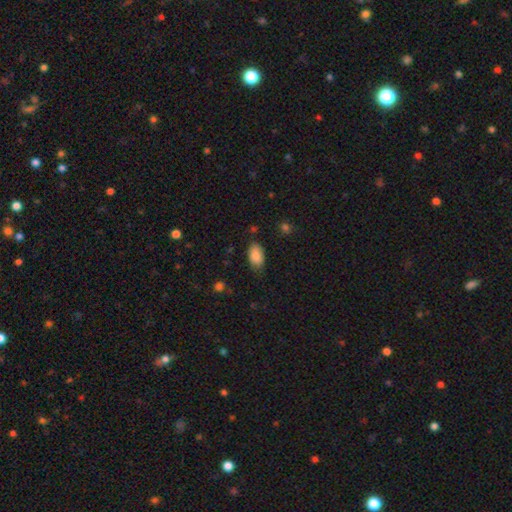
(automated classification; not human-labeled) A smooth galaxy with no disk features (87%) that is in between round and cigar-shaped (93%).

Vote fractions:
- Smooth or featured? smooth: 87% / star or artifact: 7% / featured or disk: 6%
- How rounded? in between: 93% / round: 5% / cigar-shaped: 2%
- Merging? none: 76% / minor disturbance: 19% / major disturbance: 4% / merger: 2%